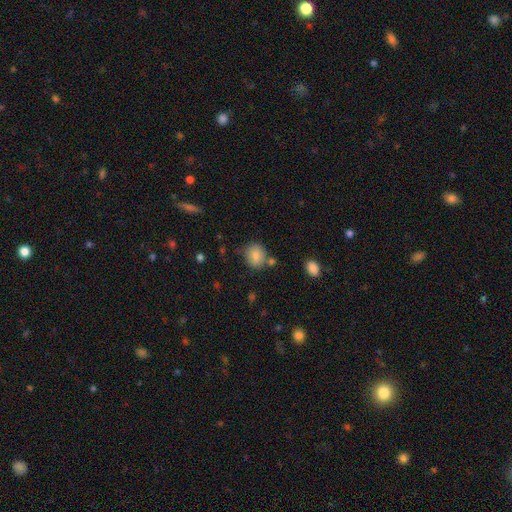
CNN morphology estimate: Overall: smooth (82%). How rounded: round (70%). Merging: none (72%).